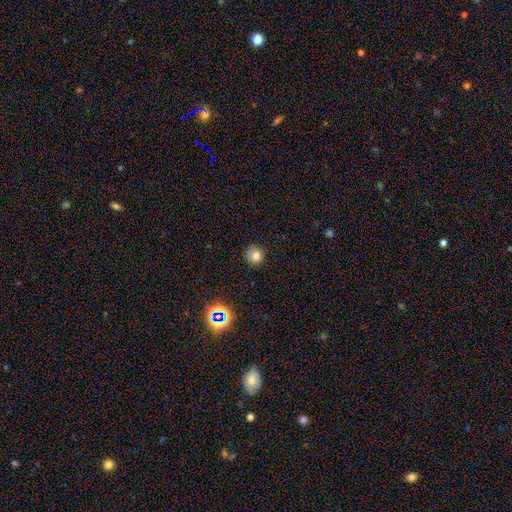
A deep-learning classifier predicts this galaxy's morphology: Overall: smooth (78%). How rounded: round (88%). Merging: none (84%).